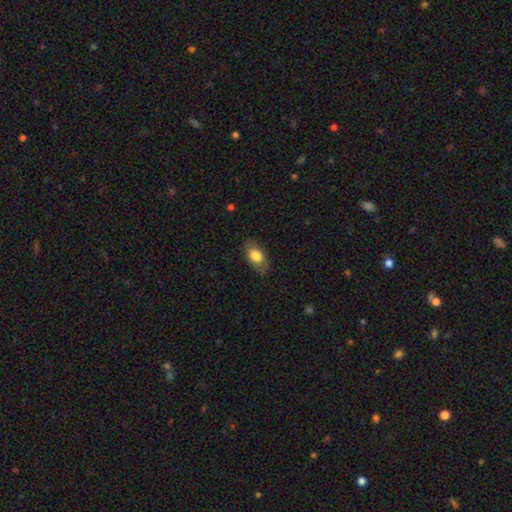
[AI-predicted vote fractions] Smooth or featured?
  - smooth: 79% *
  - featured or disk: 15%
  - star or artifact: 7%
How rounded?
  - in between: 89% *
  - round: 8%
  - cigar-shaped: 3%
Merging?
  - none: 79% *
  - minor disturbance: 16%
  - major disturbance: 4%
  - merger: 1%